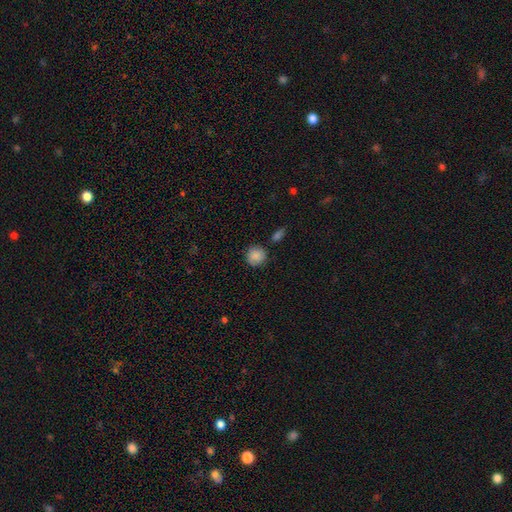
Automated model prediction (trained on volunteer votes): Q: Smooth or featured?
A: smooth (87%); runner-up: star or artifact (8%)
Q: How rounded?
A: round (91%); runner-up: in between (8%)
Q: Merging?
A: none (83%); runner-up: minor disturbance (10%)